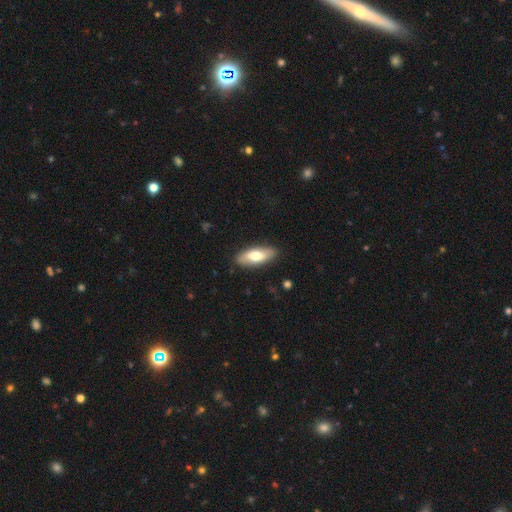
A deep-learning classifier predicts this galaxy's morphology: type=smooth (71%); roundness=in between (74%); merging=none (87%).